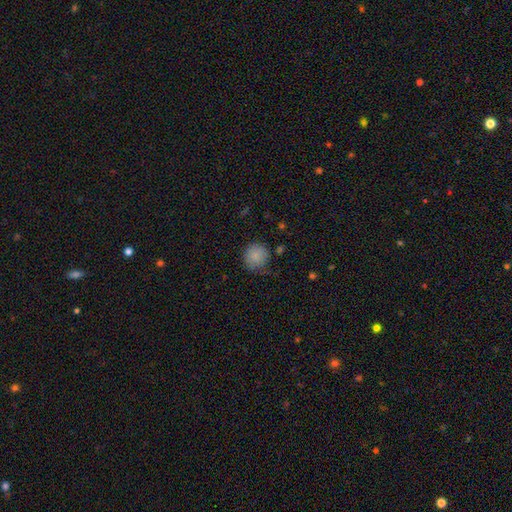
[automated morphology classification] Smooth or featured? smooth (86%)
How rounded? round (90%)
Merging? none (74%)